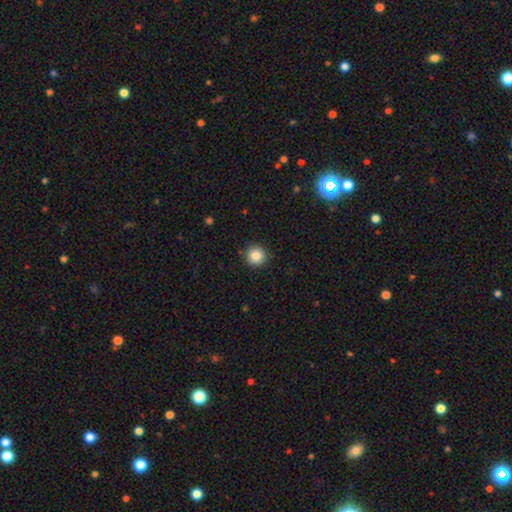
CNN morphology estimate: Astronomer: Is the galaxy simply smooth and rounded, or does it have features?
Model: smooth — 85%.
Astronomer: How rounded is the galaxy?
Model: round — 96%.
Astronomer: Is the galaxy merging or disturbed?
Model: none — 91%.